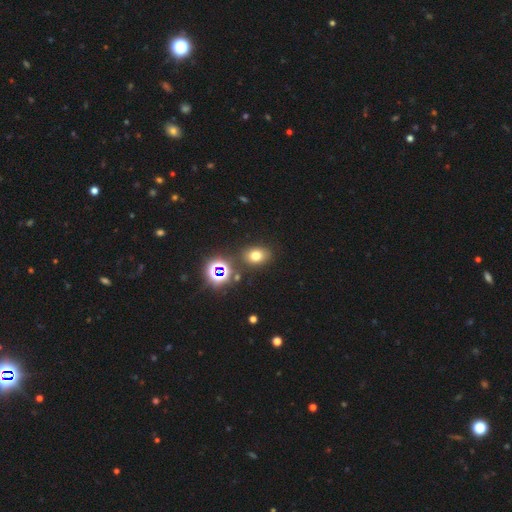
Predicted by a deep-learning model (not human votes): Smooth or featured? Predicted: smooth (p=0.67). How rounded? Predicted: in between (p=0.61). Merging? Predicted: none (p=0.82).